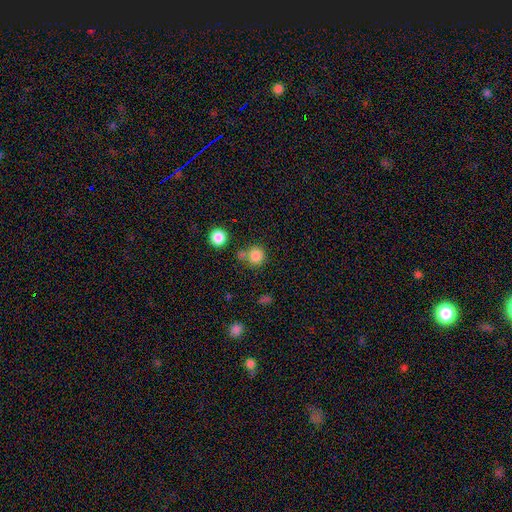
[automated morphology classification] A smooth galaxy with no disk features (83%) that is round (91%).

Vote fractions:
- Smooth or featured? smooth: 83% / star or artifact: 12% / featured or disk: 5%
- How rounded? round: 91% / in between: 8% / cigar-shaped: 1%
- Merging? none: 64% / merger: 21% / minor disturbance: 11% / major disturbance: 4%